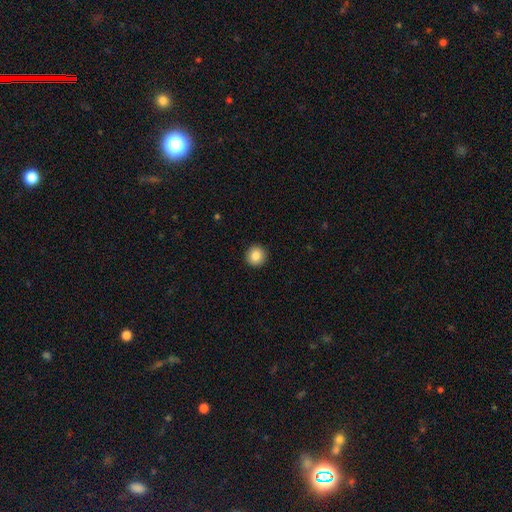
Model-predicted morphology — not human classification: This appears to be a smooth galaxy with no disk features (86%) that is round (94%). Merging: none (93%).